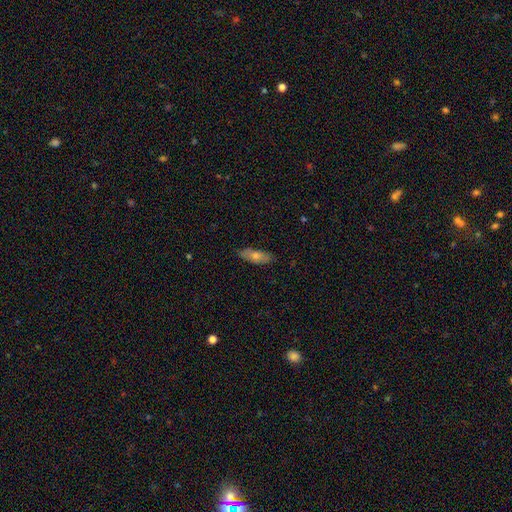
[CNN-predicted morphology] smooth 60%, featured or disk 32%, star or artifact 8%. Down the decision tree: how rounded — in between (49%); merging — none (85%).